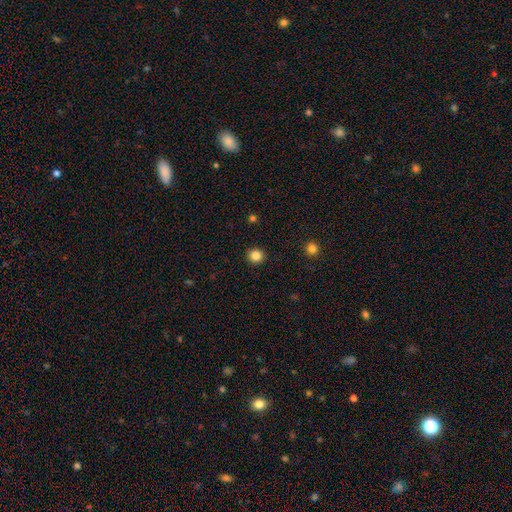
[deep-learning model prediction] Smooth or featured? smooth (84%)
How rounded? round (92%)
Merging? none (92%)